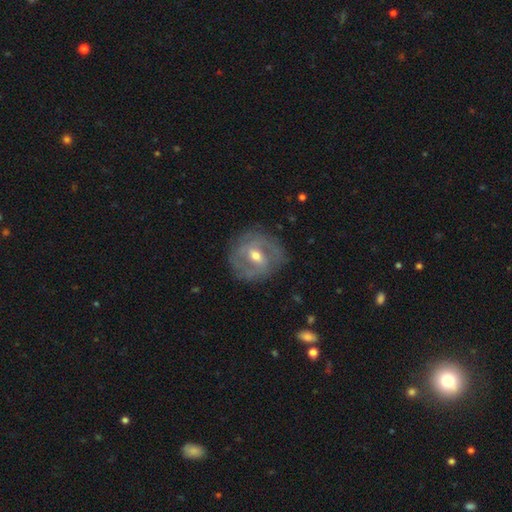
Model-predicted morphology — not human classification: This appears to be a featured or disk galaxy (73%) with a weak bar (53%), 2 (62%) tight (44%) spiral arms (72%) and a moderate central bulge (68%). Merging: none (78%).